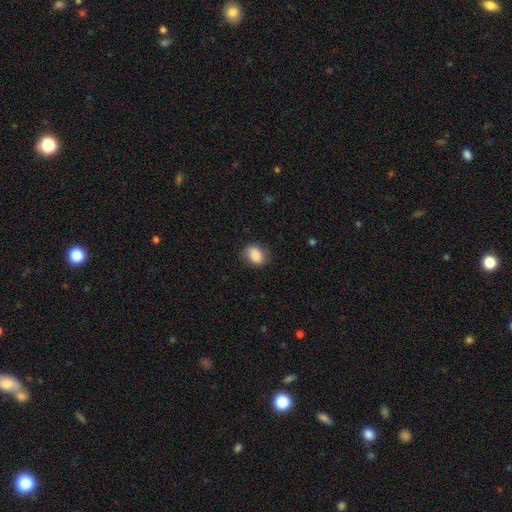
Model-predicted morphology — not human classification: Smooth or featured: smooth — 86% (star or artifact — 8%)
How rounded: in between — 65% (round — 33%)
Merging: none — 80% (minor disturbance — 16%)